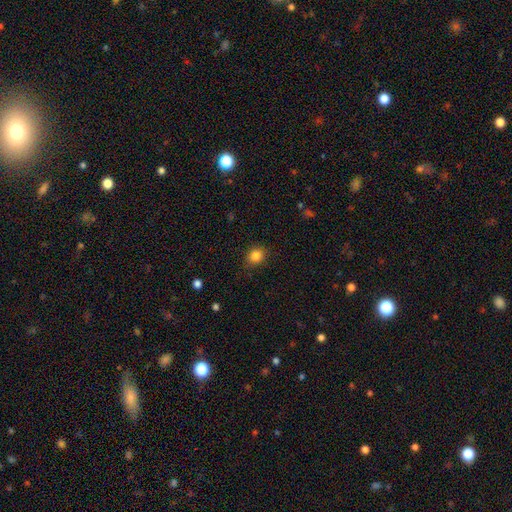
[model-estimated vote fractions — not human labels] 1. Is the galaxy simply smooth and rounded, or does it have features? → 85% smooth, 11% star or artifact, 5% featured or disk.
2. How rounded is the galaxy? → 75% round, 24% in between, 1% cigar-shaped.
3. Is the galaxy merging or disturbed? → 84% none, 12% minor disturbance, 3% major disturbance, 1% merger.